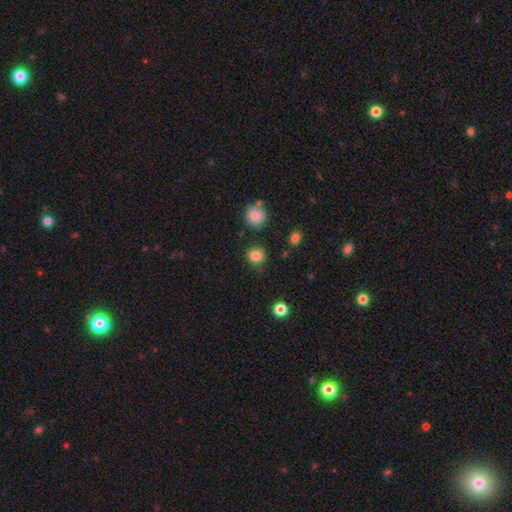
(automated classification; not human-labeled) Smooth or featured?
  - smooth: 84% *
  - star or artifact: 12%
  - featured or disk: 4%
How rounded?
  - round: 90% *
  - in between: 9%
  - cigar-shaped: 1%
Merging?
  - none: 86% *
  - minor disturbance: 8%
  - merger: 3%
  - major disturbance: 3%